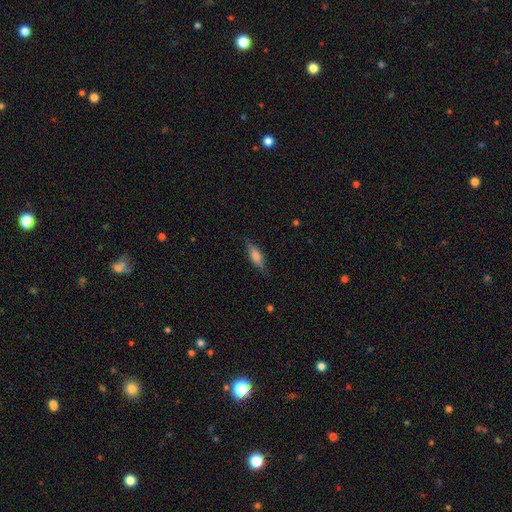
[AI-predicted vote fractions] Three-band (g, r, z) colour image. It shows a featured or disk galaxy (46%, tied with smooth). Merging: none (81%).